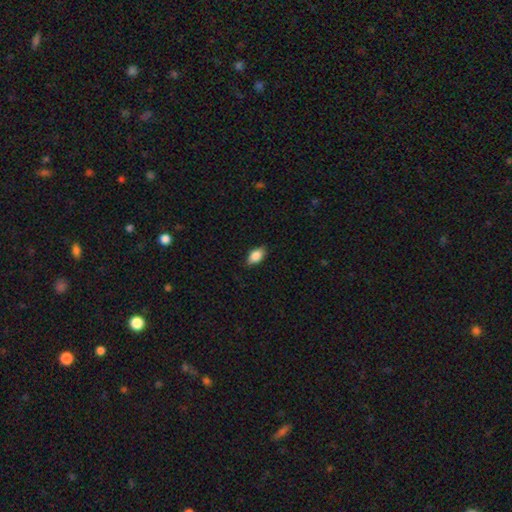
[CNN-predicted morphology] Smooth or featured? Predicted: smooth (p=0.86). How rounded? Predicted: in between (p=0.90). Merging? Predicted: none (p=0.84).